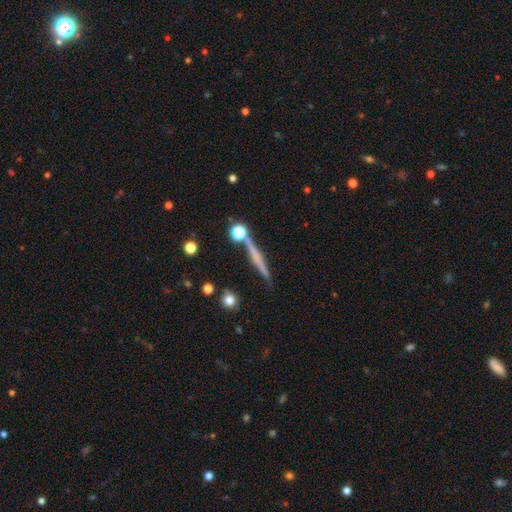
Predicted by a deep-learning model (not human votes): A featured or disk galaxy (53%) viewed edge-on (96%) with no central bulge (69%).

Vote fractions:
- Smooth or featured? featured or disk: 53% / smooth: 38% / star or artifact: 9%
- Edge-on disk? yes: 96% / no: 4%
- Edge-on bulge? none: 69% / rounded: 21% / boxy: 10%
- Merging? none: 80% / minor disturbance: 10% / merger: 7% / major disturbance: 3%